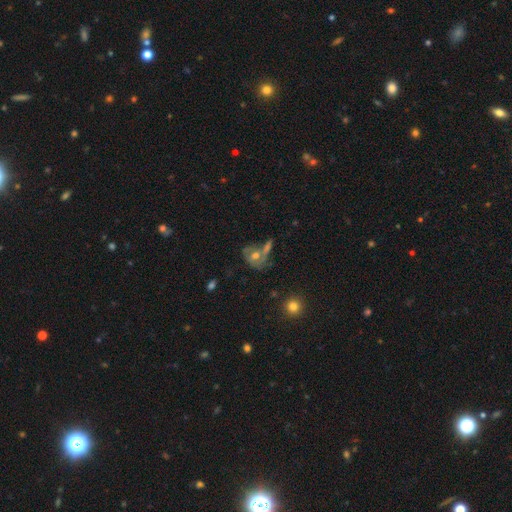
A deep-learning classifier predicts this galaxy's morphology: The model was most divided on "smooth or featured": featured or disk: 45%, smooth: 39%, star or artifact: 15%. Remaining: merging — none (38%).